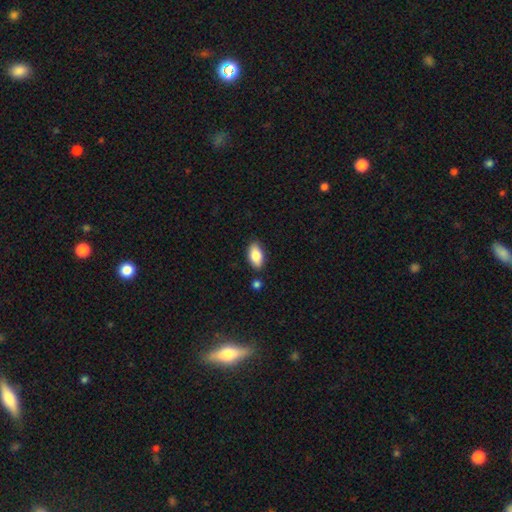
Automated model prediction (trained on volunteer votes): Q: Smooth or featured?
A: smooth (84%); runner-up: featured or disk (9%)
Q: How rounded?
A: in between (92%); runner-up: cigar-shaped (5%)
Q: Merging?
A: none (83%); runner-up: minor disturbance (11%)